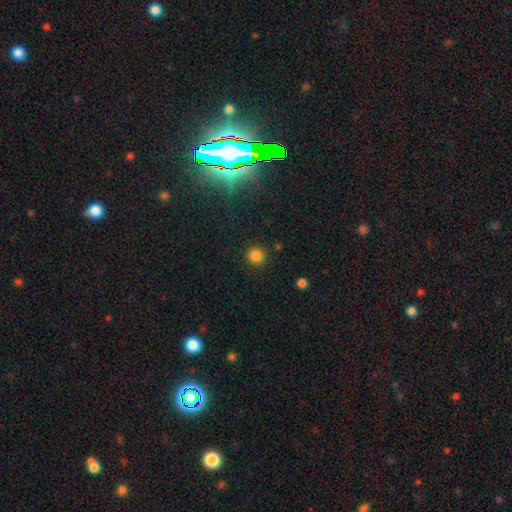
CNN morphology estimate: smooth 84%, star or artifact 13%, featured or disk 4%. Down the decision tree: how rounded — round (94%); merging — none (90%).